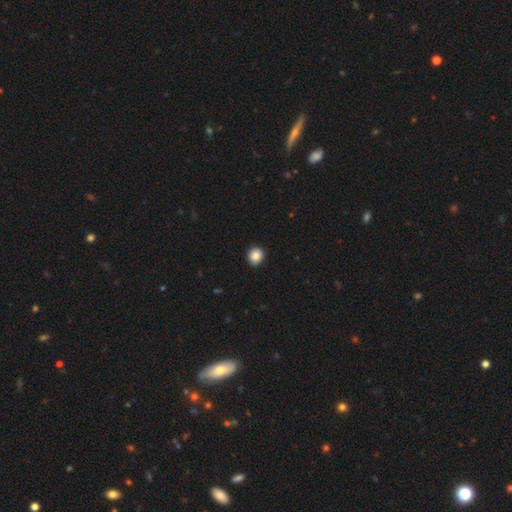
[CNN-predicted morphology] type=smooth (86%); roundness=round (82%); merging=none (91%).